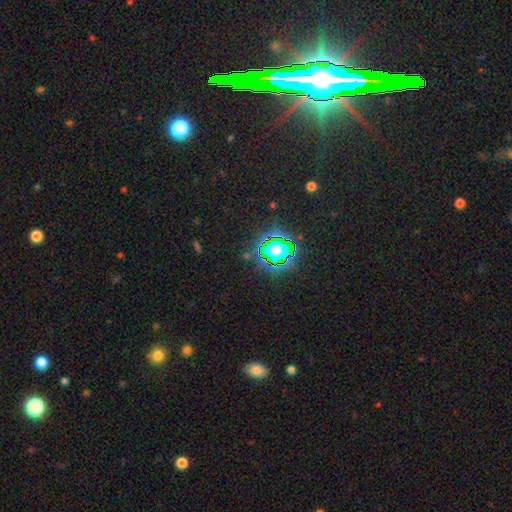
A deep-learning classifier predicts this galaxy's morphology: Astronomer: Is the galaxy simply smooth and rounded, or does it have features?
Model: star or artifact — 80%.